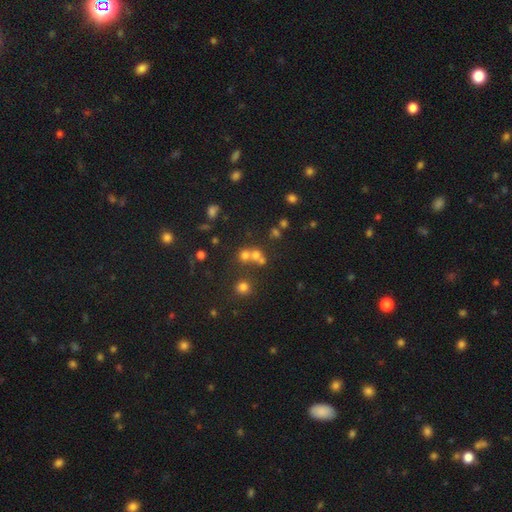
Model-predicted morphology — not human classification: Smooth or featured?
  - smooth: 57% *
  - star or artifact: 27%
  - featured or disk: 16%
How rounded?
  - round: 82% *
  - in between: 16%
  - cigar-shaped: 1%
Merging?
  - none: 45% *
  - merger: 44%
  - minor disturbance: 7%
  - major disturbance: 4%